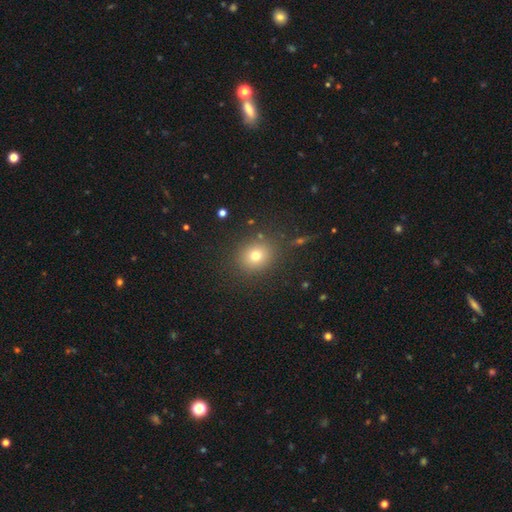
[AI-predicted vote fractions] This is likely a smooth galaxy (74%). How rounded: likely round (75%). Merging: clearly none (85%).